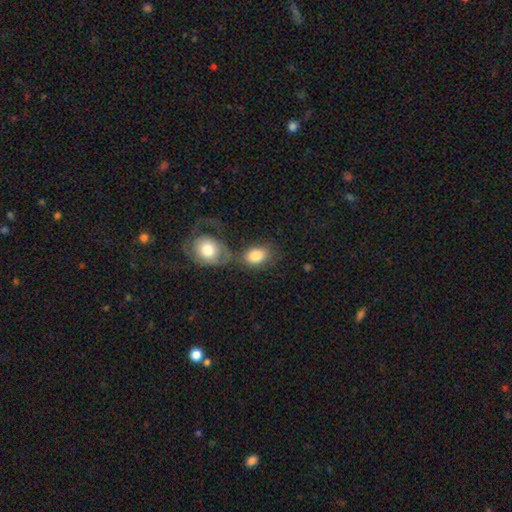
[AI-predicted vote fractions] Smooth or featured: smooth — 81% (featured or disk — 12%)
How rounded: in between — 72% (round — 26%)
Merging: merger — 41% (none — 38%)